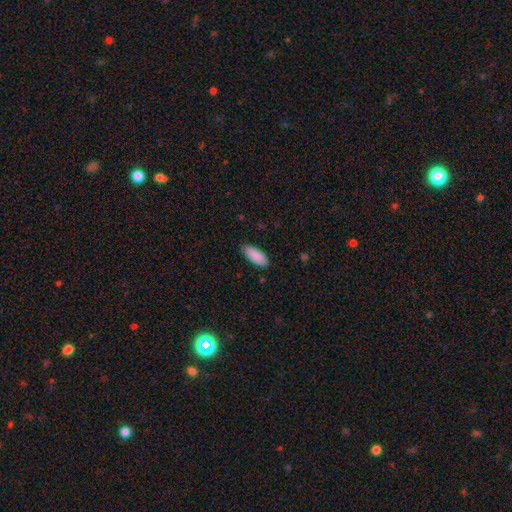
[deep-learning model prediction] Smooth or featured?
  - smooth: 91% *
  - star or artifact: 6%
  - featured or disk: 4%
How rounded?
  - in between: 85% *
  - cigar-shaped: 13%
  - round: 1%
Merging?
  - none: 87% *
  - minor disturbance: 10%
  - major disturbance: 2%
  - merger: 1%